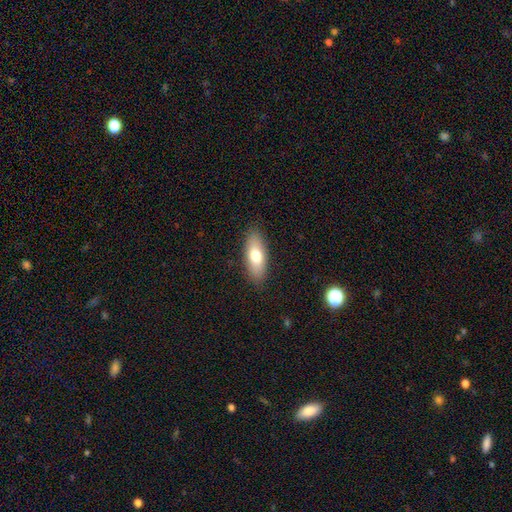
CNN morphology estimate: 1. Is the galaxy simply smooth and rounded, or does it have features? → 73% smooth, 21% featured or disk, 7% star or artifact.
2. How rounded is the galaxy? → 75% in between, 22% cigar-shaped, 3% round.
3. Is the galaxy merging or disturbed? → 87% none, 10% minor disturbance, 2% major disturbance, 1% merger.